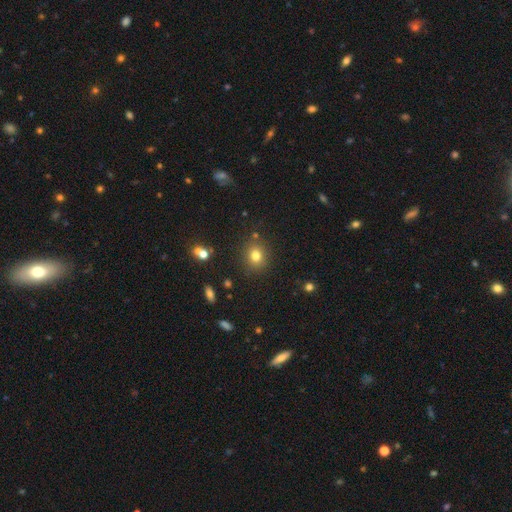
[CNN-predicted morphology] Smooth or featured?
  - smooth: 78% *
  - star or artifact: 14%
  - featured or disk: 8%
How rounded?
  - round: 74% *
  - in between: 25%
  - cigar-shaped: 1%
Merging?
  - none: 84% *
  - minor disturbance: 9%
  - merger: 4%
  - major disturbance: 3%